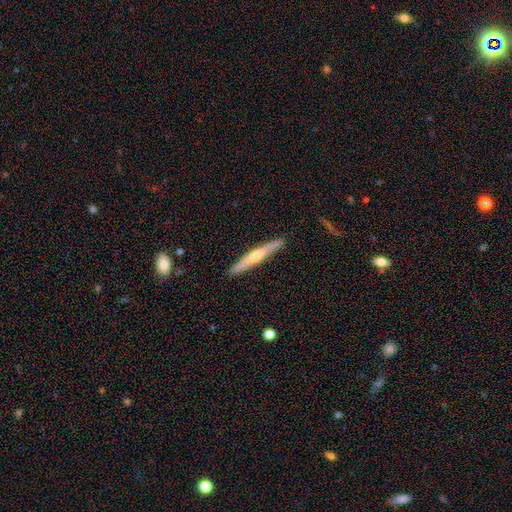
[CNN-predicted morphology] Smooth or featured? featured or disk (58%)
Edge-on disk? yes (95%)
Edge-on bulge? rounded (74%)
Merging? none (89%)